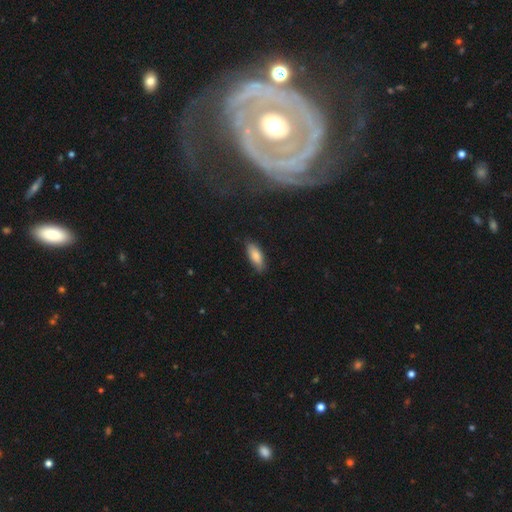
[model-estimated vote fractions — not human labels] Smooth or featured?
  - smooth: 81% *
  - featured or disk: 12%
  - star or artifact: 6%
How rounded?
  - in between: 74% *
  - cigar-shaped: 24%
  - round: 2%
Merging?
  - none: 80% *
  - minor disturbance: 16%
  - major disturbance: 3%
  - merger: 1%